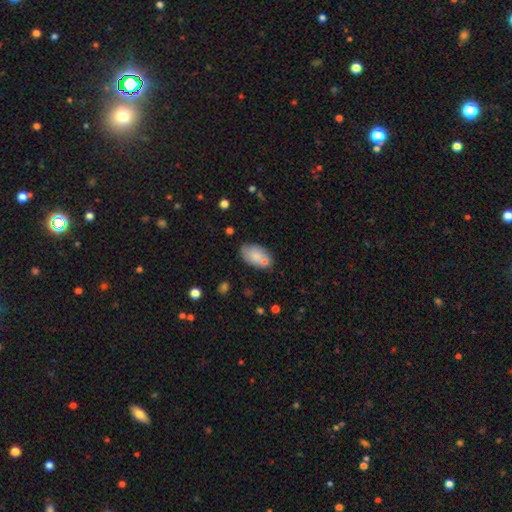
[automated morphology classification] smooth_or_featured: smooth (p=0.81) [alt: featured or disk p=0.12]
how_rounded: in between (p=0.92) [alt: round p=0.06]
merging: none (p=0.65) [alt: minor disturbance p=0.18]